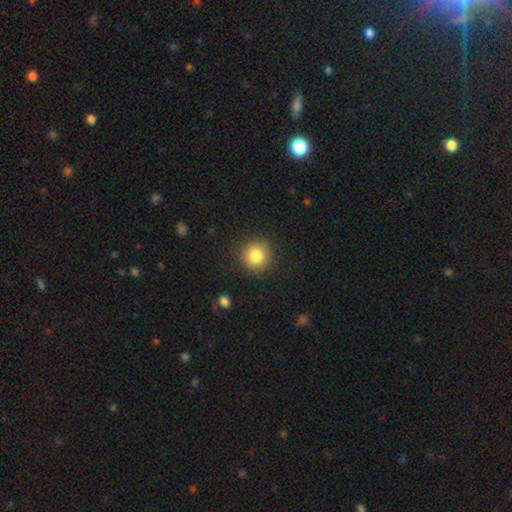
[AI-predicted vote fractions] Smooth or featured: smooth — 83% (star or artifact — 10%)
How rounded: round — 93% (in between — 6%)
Merging: none — 88% (minor disturbance — 8%)